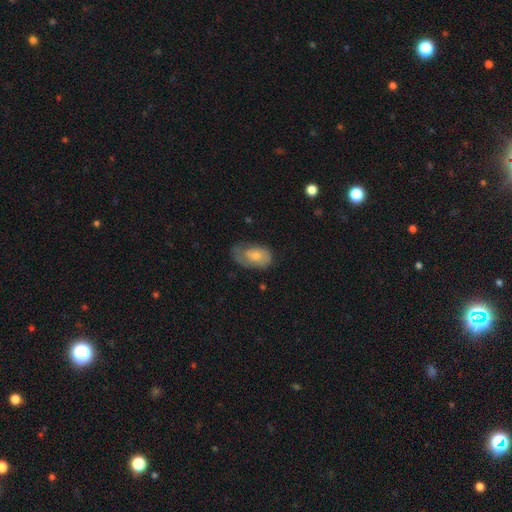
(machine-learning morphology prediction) The model was most divided on "merging": none: 37%, minor disturbance: 35%, major disturbance: 25%, merger: 2%. More confident: how rounded — in between (89%); smooth or featured — smooth (59%).